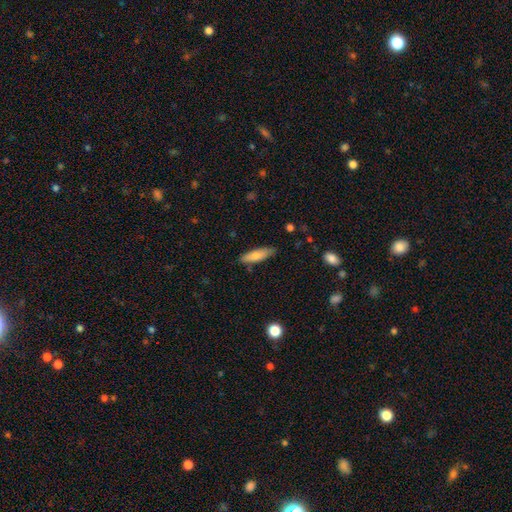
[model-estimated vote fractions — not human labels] Smooth or featured? Predicted: smooth (p=0.76). How rounded? Predicted: cigar-shaped (p=0.59). Merging? Predicted: none (p=0.81).